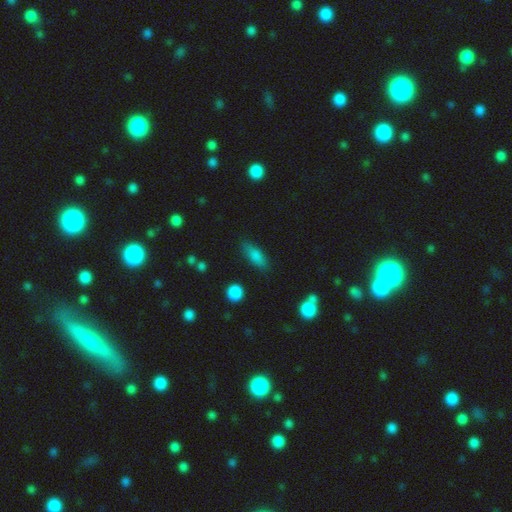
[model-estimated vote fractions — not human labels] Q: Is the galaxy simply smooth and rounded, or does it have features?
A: smooth — 78%.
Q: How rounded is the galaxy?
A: in between — 62%.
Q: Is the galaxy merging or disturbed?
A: none — 78%.